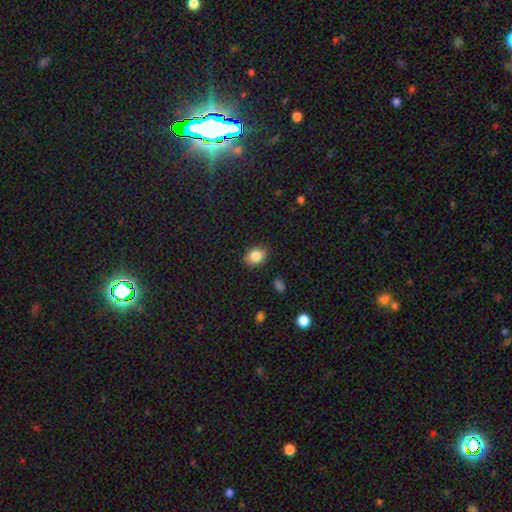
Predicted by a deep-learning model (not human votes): Morphology: type=smooth (83%); roundness=in between (66%); merging=none (85%).